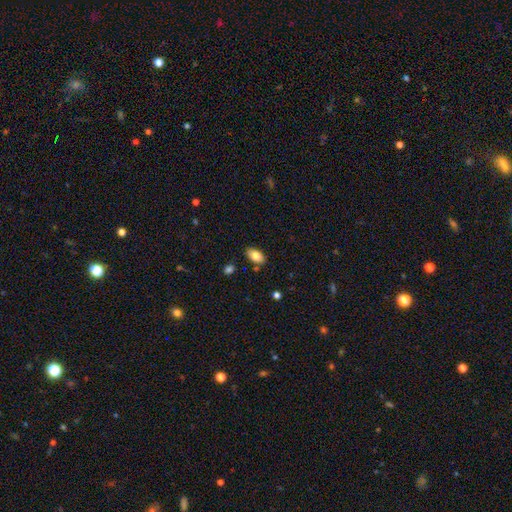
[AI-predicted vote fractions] The model was most divided on "smooth or featured": smooth: 82%, featured or disk: 11%, star or artifact: 7%. More confident: how rounded — in between (93%); merging — none (85%).